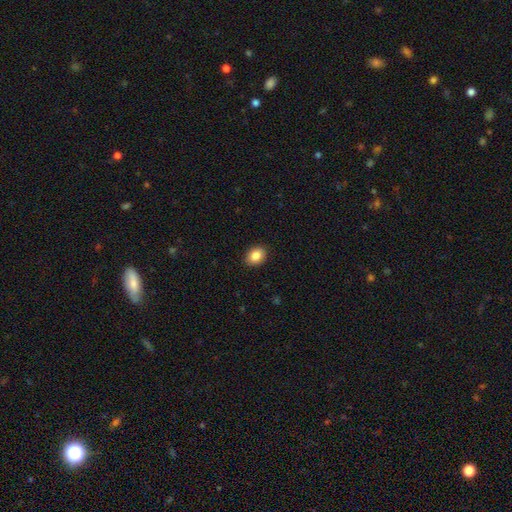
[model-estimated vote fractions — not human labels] This is clearly a smooth galaxy (86%). How rounded: possibly in between (58%). Merging: clearly none (91%).